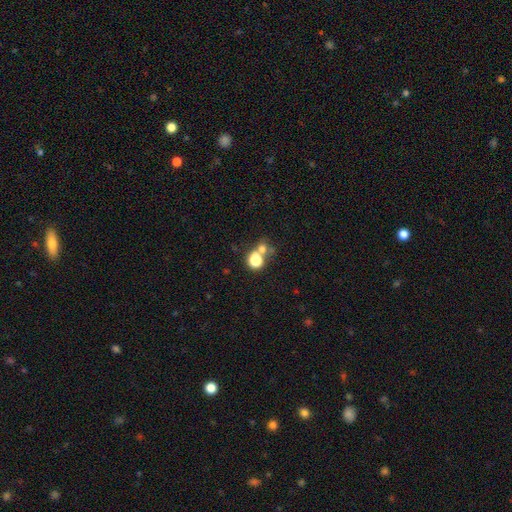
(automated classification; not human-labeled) Smooth or featured? smooth (69%)
How rounded? round (77%)
Merging? none (46%)